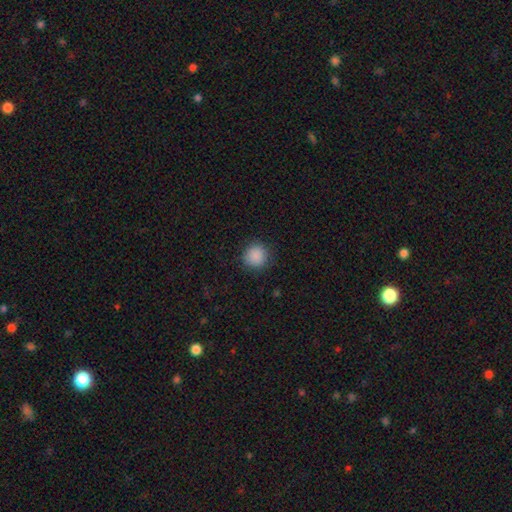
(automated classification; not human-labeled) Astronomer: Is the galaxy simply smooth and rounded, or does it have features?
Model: smooth — 88%.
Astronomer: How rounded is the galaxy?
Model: round — 93%.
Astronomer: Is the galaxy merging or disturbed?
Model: none — 88%.